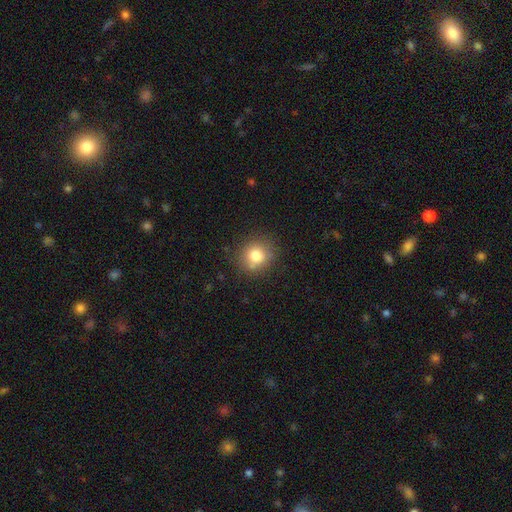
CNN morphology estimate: Overall: smooth (79%). How rounded: round (83%). Merging: none (79%).